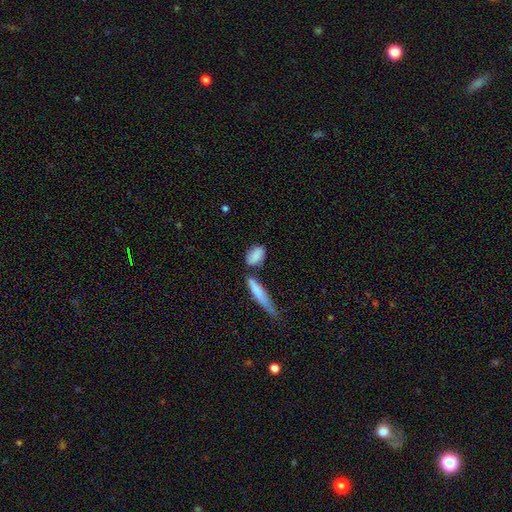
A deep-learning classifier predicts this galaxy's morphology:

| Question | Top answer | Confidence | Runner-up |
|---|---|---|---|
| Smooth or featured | smooth | 83% | featured or disk (10%) |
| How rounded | in between | 81% | cigar-shaped (12%) |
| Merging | none | 58% | merger (19%) |